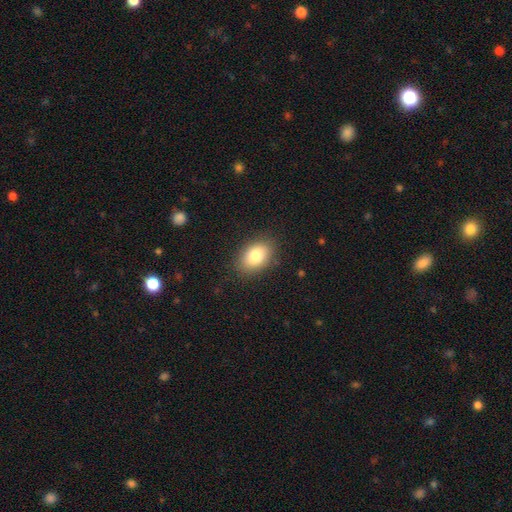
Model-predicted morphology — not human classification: A smooth galaxy with no disk features (83%) that is in between round and cigar-shaped (84%).

Vote fractions:
- Smooth or featured? smooth: 83% / featured or disk: 9% / star or artifact: 8%
- How rounded? in between: 84% / round: 15% / cigar-shaped: 1%
- Merging? none: 85% / minor disturbance: 11% / major disturbance: 3% / merger: 1%